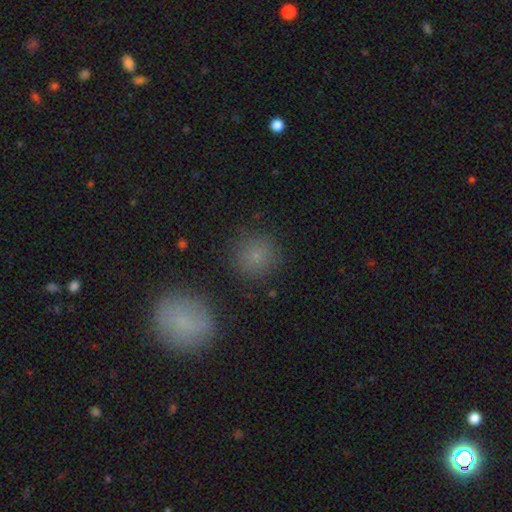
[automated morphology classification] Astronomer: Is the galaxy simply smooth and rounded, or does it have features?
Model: smooth — 77%.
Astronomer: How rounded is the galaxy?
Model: round — 92%.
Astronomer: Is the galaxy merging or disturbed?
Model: none — 86%.